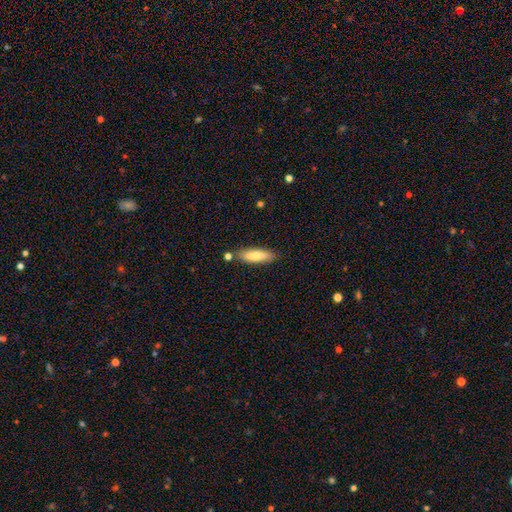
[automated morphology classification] Smooth or featured: smooth — 75% (featured or disk — 19%)
How rounded: cigar-shaped — 51% (in between — 48%)
Merging: none — 81% (minor disturbance — 12%)